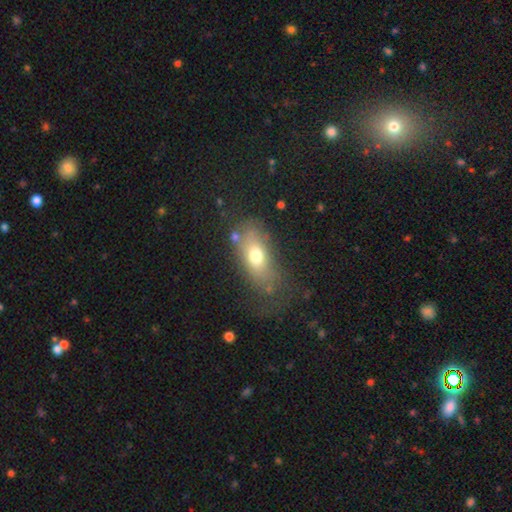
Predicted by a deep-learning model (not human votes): Smooth or featured?
  - smooth: 67% *
  - featured or disk: 23%
  - star or artifact: 11%
How rounded?
  - in between: 82% *
  - round: 9%
  - cigar-shaped: 9%
Merging?
  - none: 58% *
  - minor disturbance: 21%
  - major disturbance: 16%
  - merger: 5%